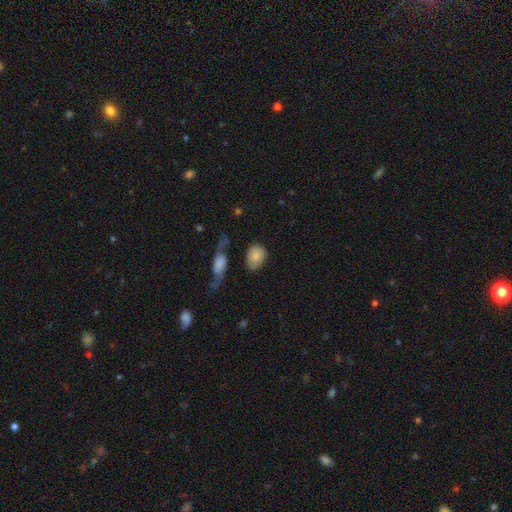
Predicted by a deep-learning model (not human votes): A smooth galaxy with no disk features (81%) that is in between round and cigar-shaped (62%).

Vote fractions:
- Smooth or featured? smooth: 81% / featured or disk: 11% / star or artifact: 7%
- How rounded? in between: 62% / round: 36% / cigar-shaped: 2%
- Merging? none: 59% / minor disturbance: 23% / major disturbance: 9% / merger: 9%